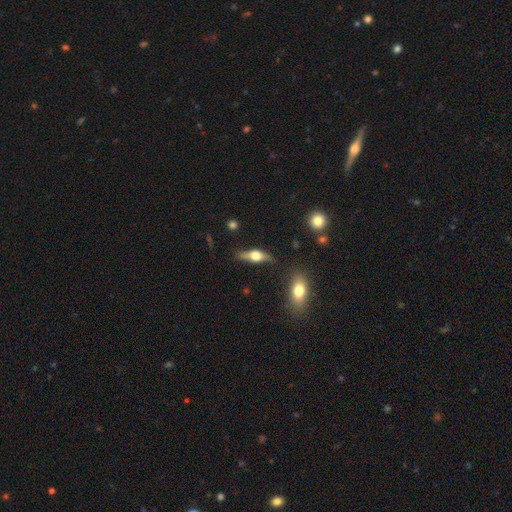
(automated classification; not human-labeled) Morphology: type=featured or disk (53%); edge-on=yes (90%); merging=none (80%).